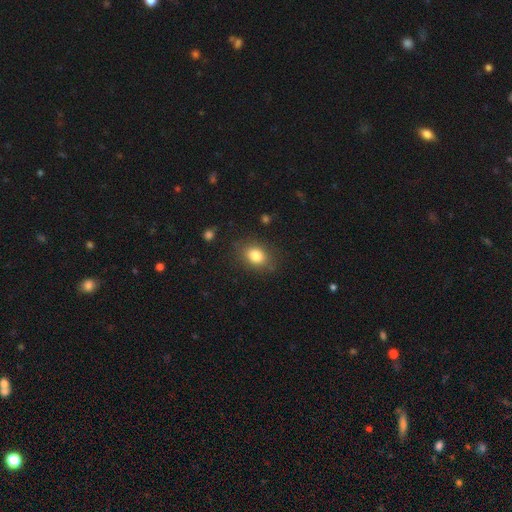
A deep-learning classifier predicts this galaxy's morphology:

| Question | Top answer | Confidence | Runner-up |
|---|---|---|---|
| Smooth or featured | smooth | 82% | star or artifact (9%) |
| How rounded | in between | 65% | round (34%) |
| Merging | none | 81% | minor disturbance (14%) |